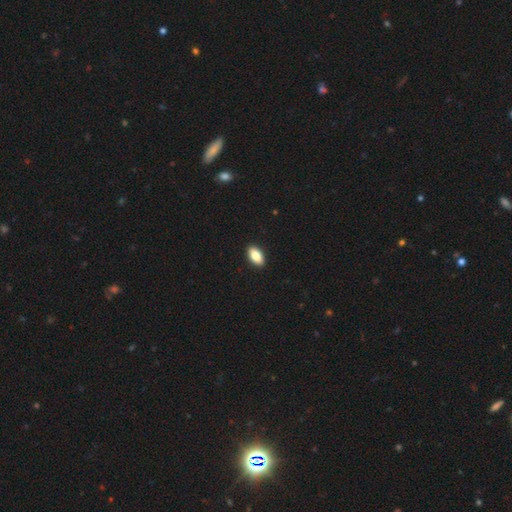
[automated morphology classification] type=smooth (85%); roundness=in between (92%); merging=none (91%).